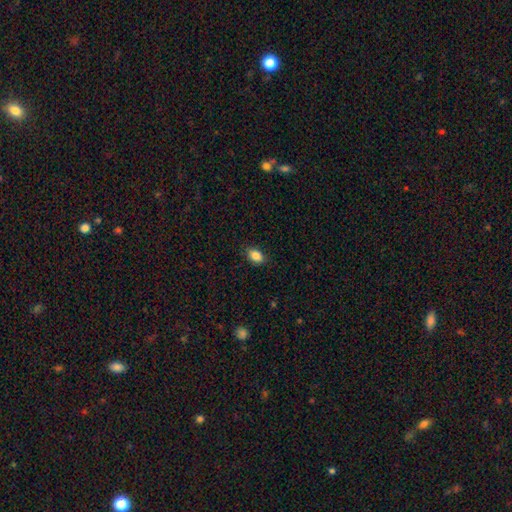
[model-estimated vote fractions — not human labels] Overall: smooth (87%). How rounded: in between (84%). Merging: none (84%).